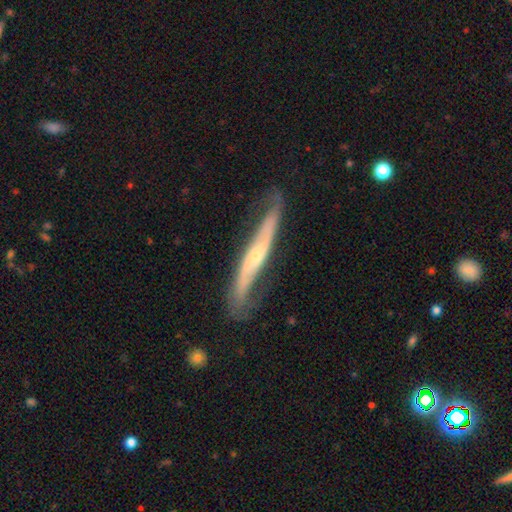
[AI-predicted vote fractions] The model was most divided on "edge-on disk": yes: 58%, no: 42%. More confident: smooth or featured — featured or disk (78%); merging — none (65%).